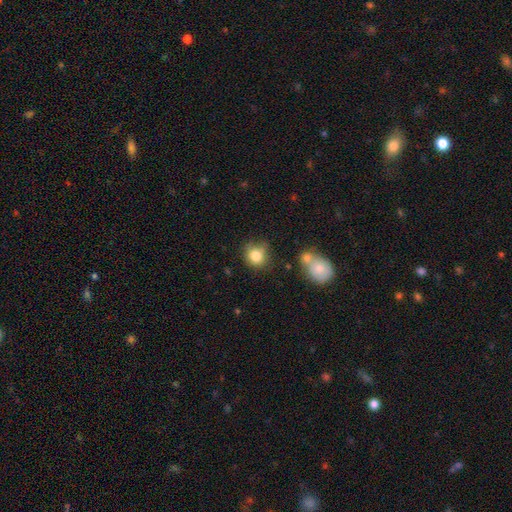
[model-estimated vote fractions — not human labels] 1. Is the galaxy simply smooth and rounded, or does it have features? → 82% smooth, 10% star or artifact, 7% featured or disk.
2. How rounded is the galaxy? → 79% round, 20% in between, 1% cigar-shaped.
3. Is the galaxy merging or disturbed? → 64% none, 22% minor disturbance, 8% merger, 6% major disturbance.